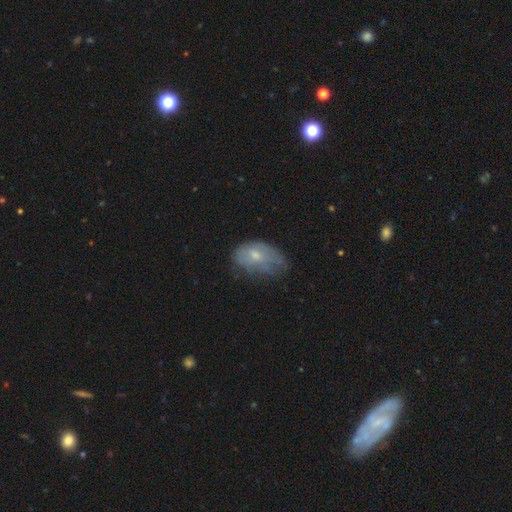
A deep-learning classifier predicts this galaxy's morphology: smooth 58%, featured or disk 33%, star or artifact 9%. Down the decision tree: how rounded — in between (88%); merging — minor disturbance (40%).